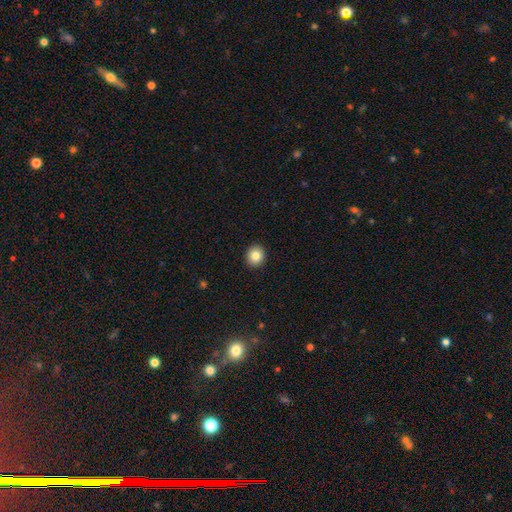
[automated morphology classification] type=smooth (83%); roundness=round (83%); merging=none (93%).